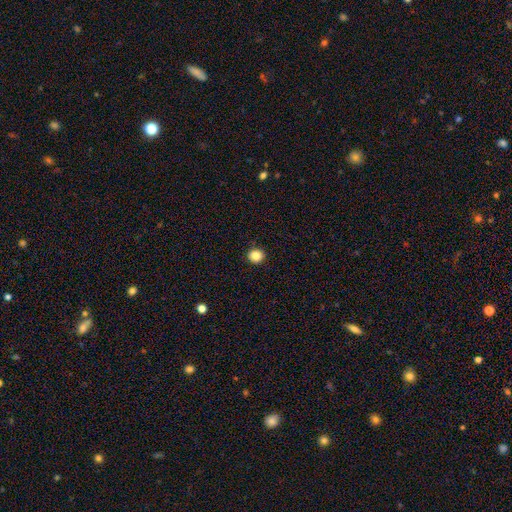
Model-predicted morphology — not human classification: Overall: smooth (85%). How rounded: round (86%). Merging: none (91%).